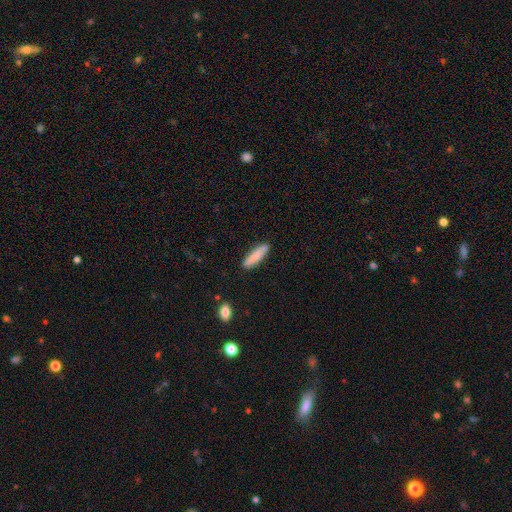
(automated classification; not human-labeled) Smooth or featured? smooth (84%)
How rounded? cigar-shaped (76%)
Merging? none (86%)